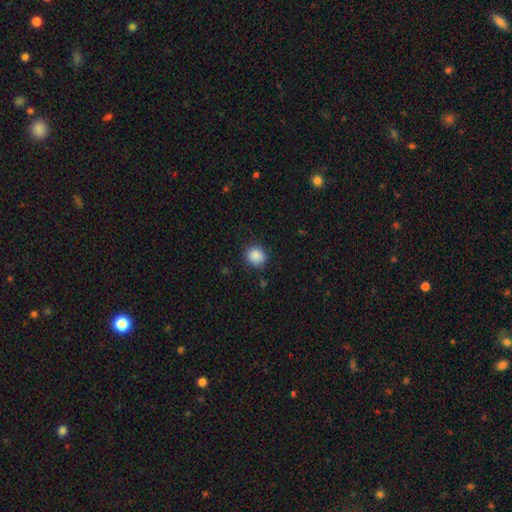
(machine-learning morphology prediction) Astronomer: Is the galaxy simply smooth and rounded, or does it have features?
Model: smooth — 87%.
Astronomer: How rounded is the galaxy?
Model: round — 81%.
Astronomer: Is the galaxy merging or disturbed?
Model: none — 82%.